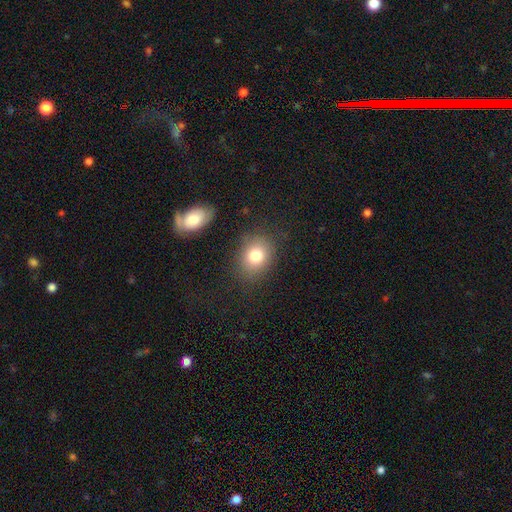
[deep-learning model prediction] This is likely a smooth galaxy (80%). How rounded: possibly round (51%). Merging: clearly none (81%).